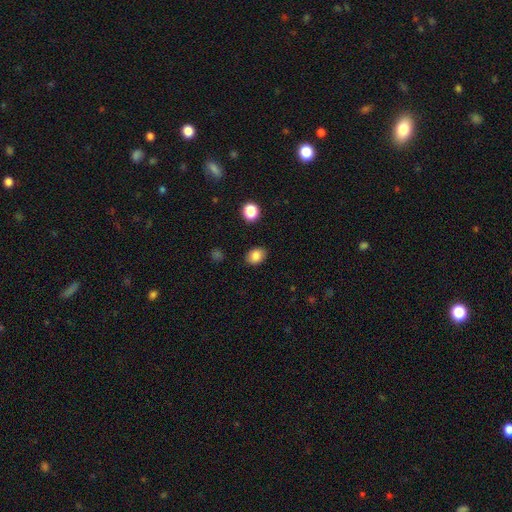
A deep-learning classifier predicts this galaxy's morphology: Smooth or featured? Predicted: smooth (p=0.84). How rounded? Predicted: in between (p=0.61). Merging? Predicted: none (p=0.86).